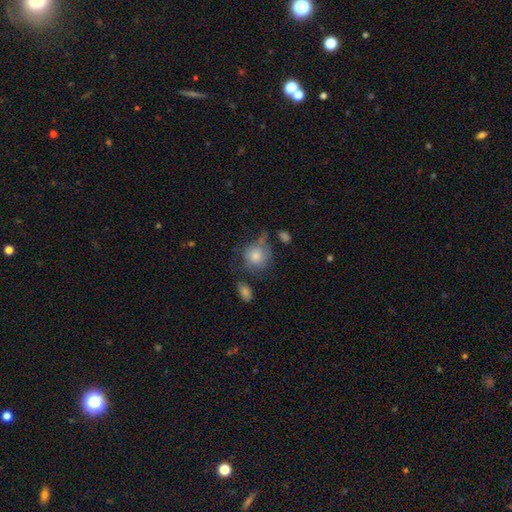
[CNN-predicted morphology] type=smooth (60%); roundness=round (81%); merging=none (48%).